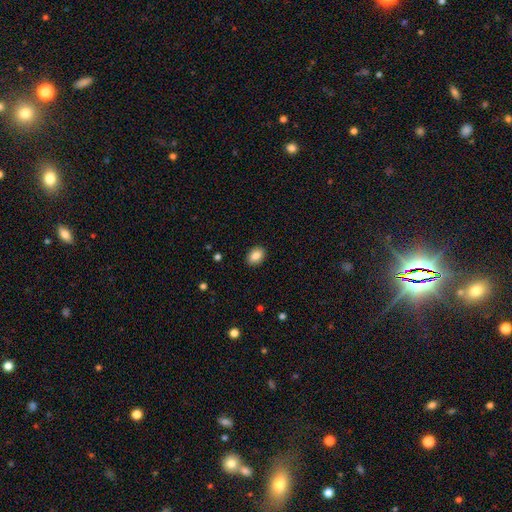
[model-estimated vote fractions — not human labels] Smooth or featured: smooth — 87% (star or artifact — 8%)
How rounded: in between — 80% (round — 19%)
Merging: none — 89% (minor disturbance — 8%)